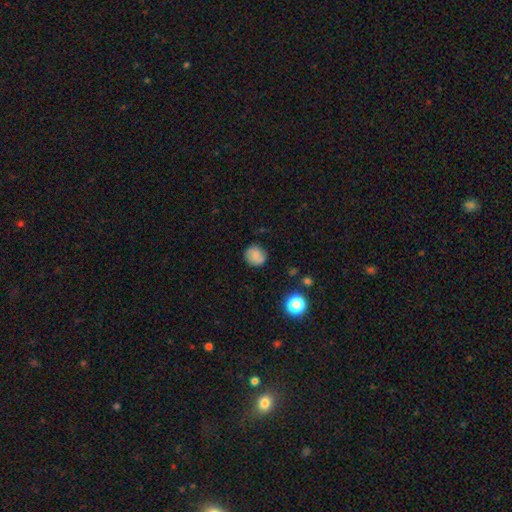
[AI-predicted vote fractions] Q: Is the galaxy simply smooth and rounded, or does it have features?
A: smooth — 72%.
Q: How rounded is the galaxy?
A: round — 86%.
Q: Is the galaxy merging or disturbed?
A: none — 79%.